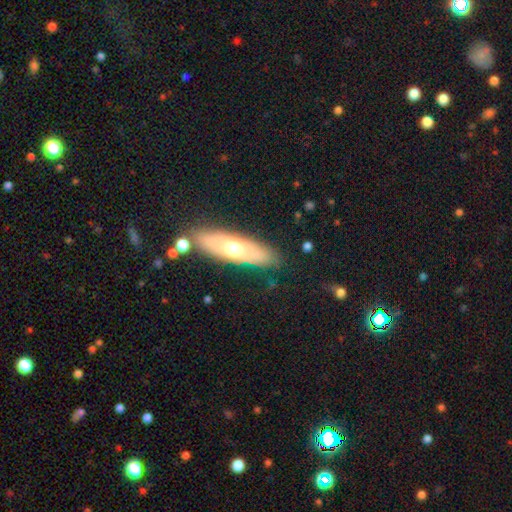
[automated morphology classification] smooth_or_featured: smooth (p=0.59) [alt: featured or disk p=0.34]
how_rounded: cigar-shaped (p=0.51) [alt: in between p=0.45]
merging: none (p=0.80) [alt: minor disturbance p=0.11]